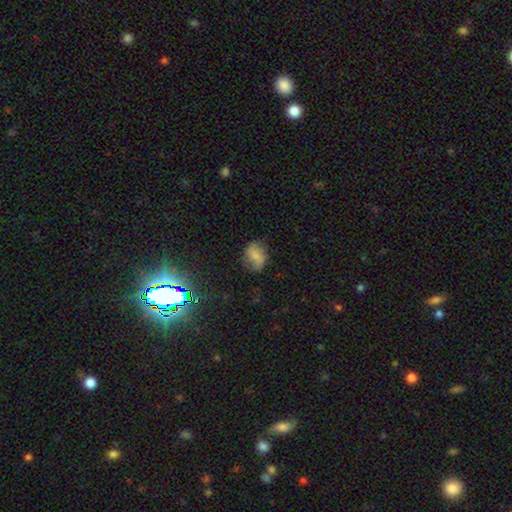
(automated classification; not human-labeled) Smooth or featured?
  - smooth: 57% *
  - featured or disk: 31%
  - star or artifact: 12%
How rounded?
  - in between: 54% *
  - round: 44%
  - cigar-shaped: 2%
Merging?
  - none: 70% *
  - minor disturbance: 22%
  - major disturbance: 7%
  - merger: 1%